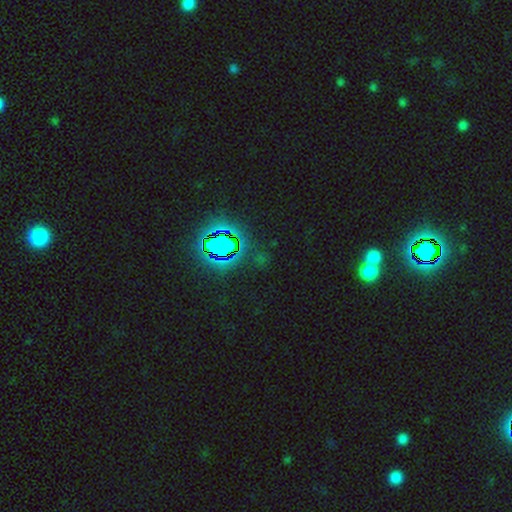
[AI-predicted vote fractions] Smooth or featured? star or artifact (77%)